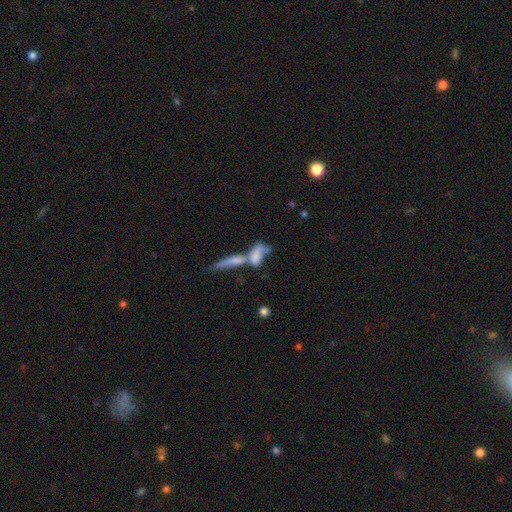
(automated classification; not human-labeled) A smooth galaxy with no disk features (59%) that is in between round and cigar-shaped (65%). Merging: merger (69%).